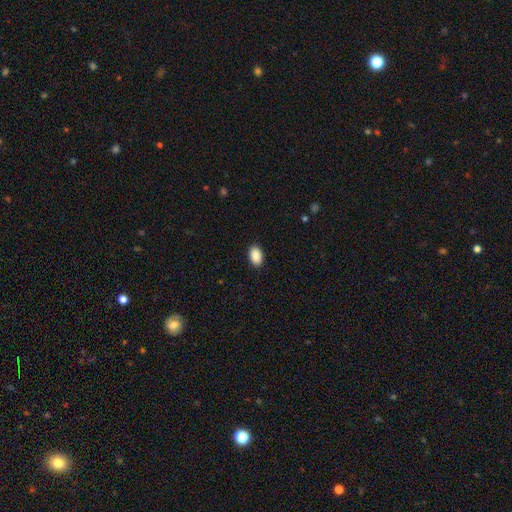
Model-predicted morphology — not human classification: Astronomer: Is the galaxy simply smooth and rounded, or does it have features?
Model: smooth — 90%.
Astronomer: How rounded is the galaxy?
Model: in between — 92%.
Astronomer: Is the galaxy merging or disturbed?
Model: none — 90%.